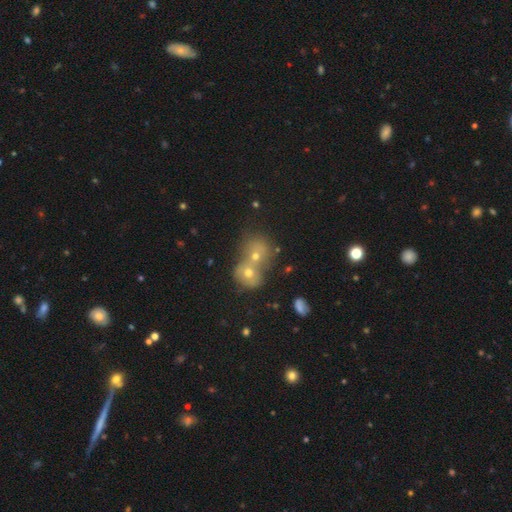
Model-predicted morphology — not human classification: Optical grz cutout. It shows a smooth galaxy with no disk features (62%) that is round (68%). Merging: merger (75%).